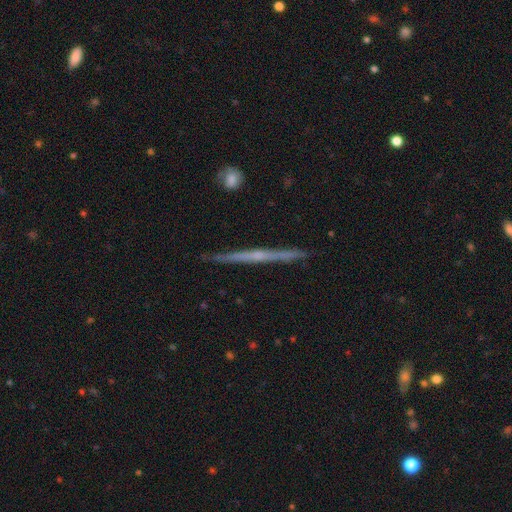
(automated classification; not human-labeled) Smooth or featured? Predicted: featured or disk (p=0.71). Edge-on disk? Predicted: yes (p=0.98). Edge-on bulge? Predicted: none (p=0.56). Merging? Predicted: none (p=0.89).